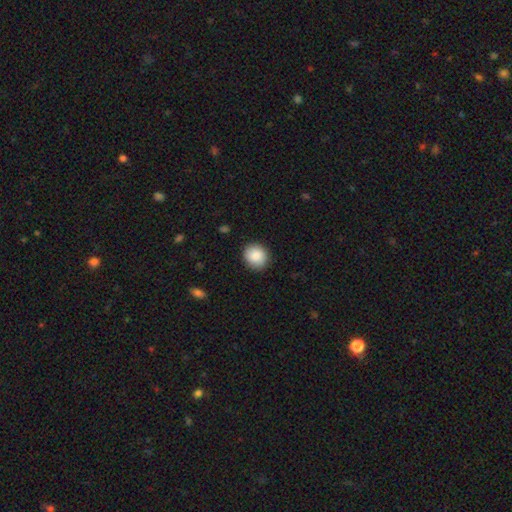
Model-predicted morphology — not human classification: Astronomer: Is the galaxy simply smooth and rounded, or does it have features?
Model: smooth — 87%.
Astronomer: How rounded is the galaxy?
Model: round — 85%.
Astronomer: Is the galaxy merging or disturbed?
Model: none — 89%.